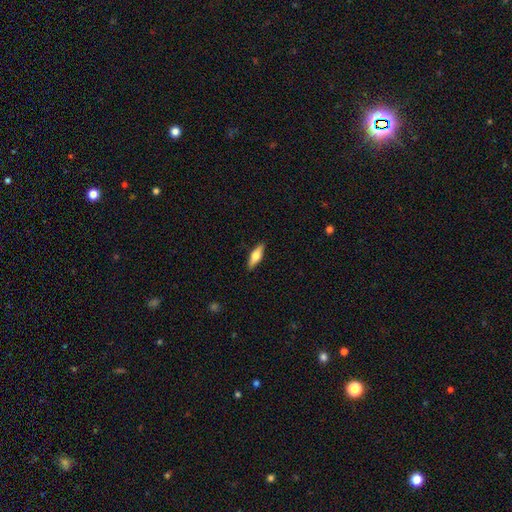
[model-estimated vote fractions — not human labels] The model was most divided on "how rounded" (2-way tie): in between: 49%, cigar-shaped: 49%, round: 3%. More confident: merging — none (89%); smooth or featured — smooth (51%).